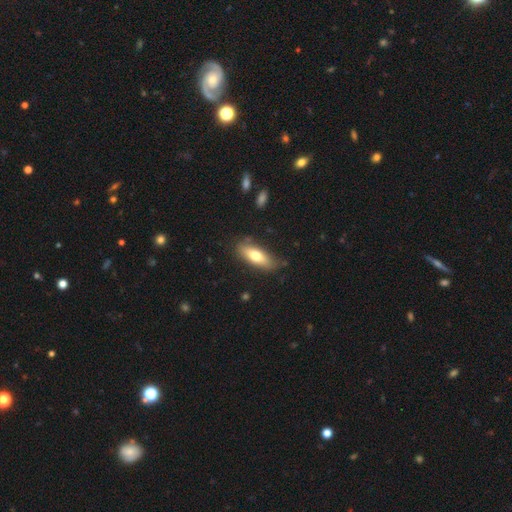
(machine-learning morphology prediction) Smooth or featured? Predicted: smooth (p=0.68). How rounded? Predicted: in between (p=0.62). Merging? Predicted: none (p=0.77).